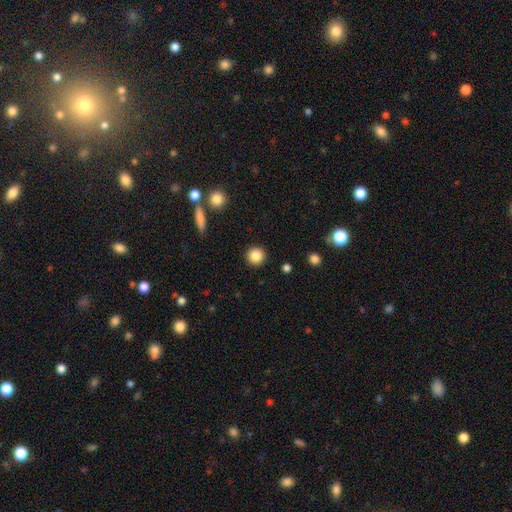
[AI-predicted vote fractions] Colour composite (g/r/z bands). It shows a smooth galaxy with no disk features (86%) that is round (95%). Merging: none (92%).